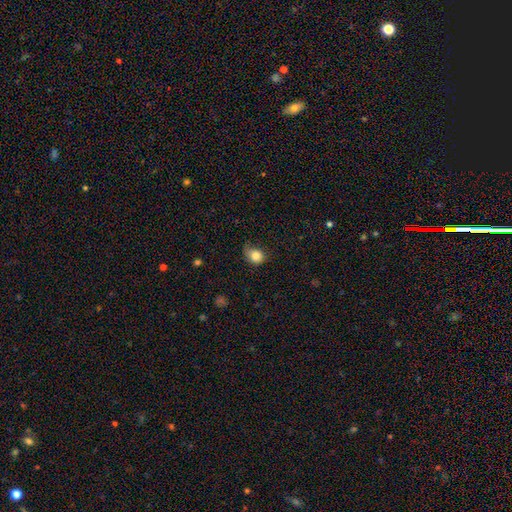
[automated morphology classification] smooth_or_featured: smooth (p=0.83) [alt: star or artifact p=0.10]
how_rounded: round (p=0.54) [alt: in between p=0.45]
merging: none (p=0.51) [alt: minor disturbance p=0.36]